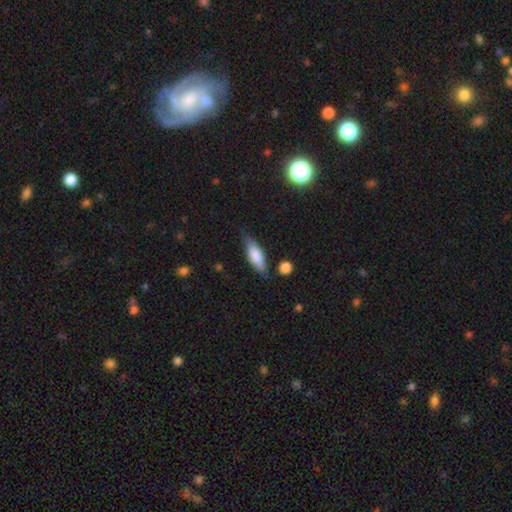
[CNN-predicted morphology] Smooth or featured? Predicted: smooth (p=0.74). How rounded? Predicted: in between (p=0.55). Merging? Predicted: none (p=0.75).